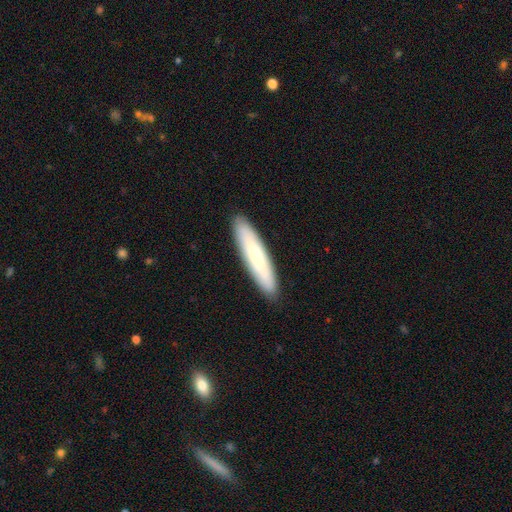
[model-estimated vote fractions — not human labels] This appears to be a smooth galaxy with no disk features (70%) that is cigar-shaped (84%). Merging: none (91%).